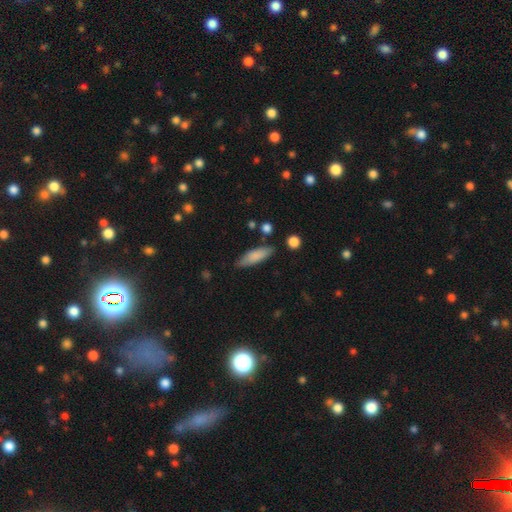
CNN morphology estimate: Smooth or featured: smooth — 81% (featured or disk — 12%)
How rounded: in between — 51% (cigar-shaped — 47%)
Merging: none — 79% (minor disturbance — 15%)